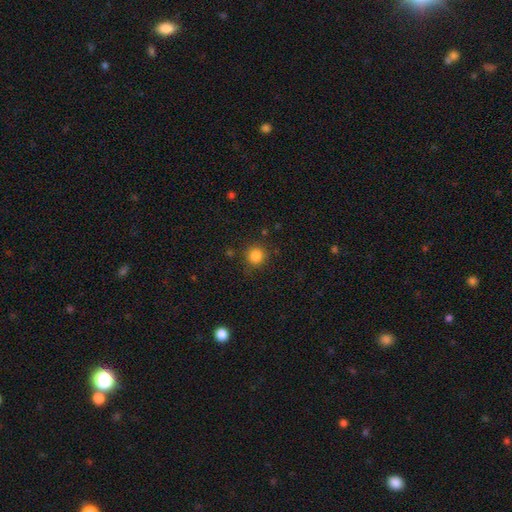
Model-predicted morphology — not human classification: smooth 84%, star or artifact 12%, featured or disk 4%. Down the decision tree: how rounded — round (93%); merging — none (87%).